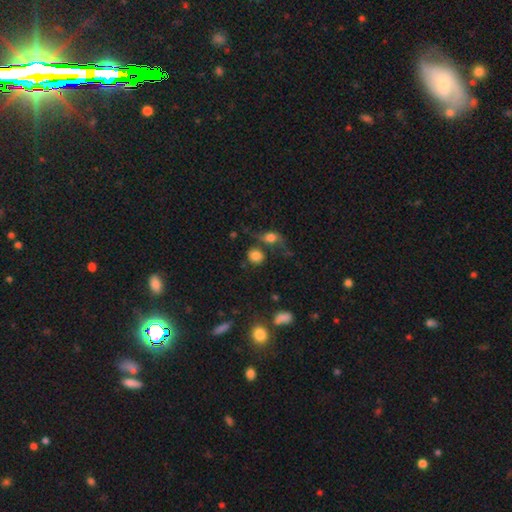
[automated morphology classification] smooth_or_featured: smooth (p=0.80) [alt: star or artifact p=0.12]
how_rounded: round (p=0.73) [alt: in between p=0.26]
merging: none (p=0.58) [alt: merger p=0.21]